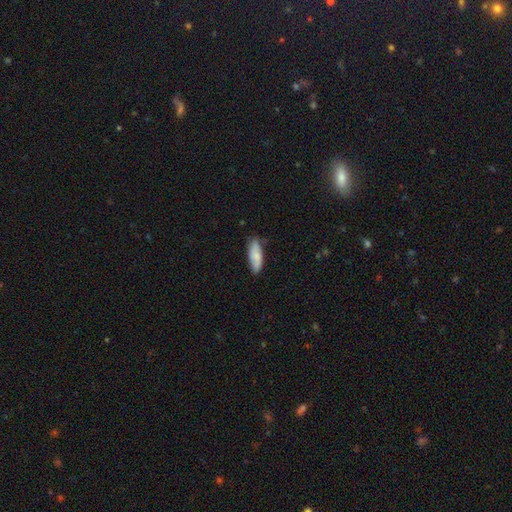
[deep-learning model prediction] smooth_or_featured: smooth (p=0.75) [alt: featured or disk p=0.19]
how_rounded: in between (p=0.65) [alt: cigar-shaped p=0.33]
merging: none (p=0.72) [alt: minor disturbance p=0.23]